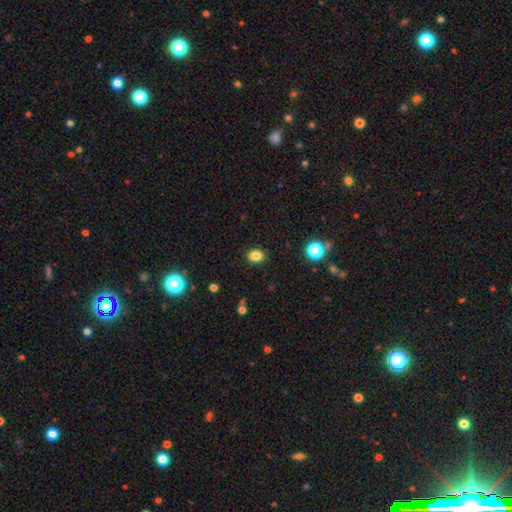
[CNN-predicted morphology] A smooth galaxy with no disk features (84%) that is in between round and cigar-shaped (52%).

Vote fractions:
- Smooth or featured? smooth: 84% / star or artifact: 11% / featured or disk: 4%
- How rounded? in between: 52% / round: 47% / cigar-shaped: 1%
- Merging? none: 89% / minor disturbance: 8% / major disturbance: 2% / merger: 1%